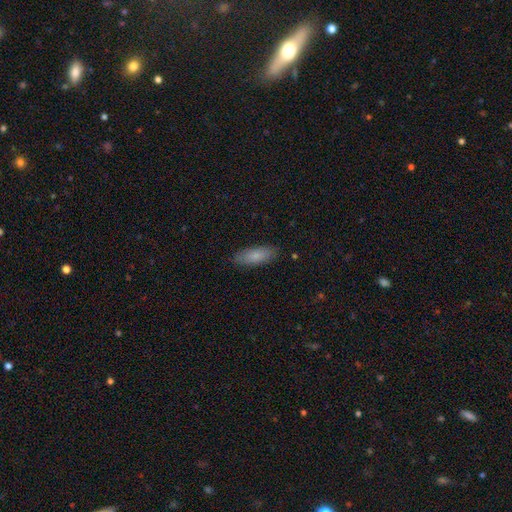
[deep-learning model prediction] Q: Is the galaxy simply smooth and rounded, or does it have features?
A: smooth — 82%.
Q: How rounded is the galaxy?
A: in between — 67%.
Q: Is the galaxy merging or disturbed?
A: none — 86%.